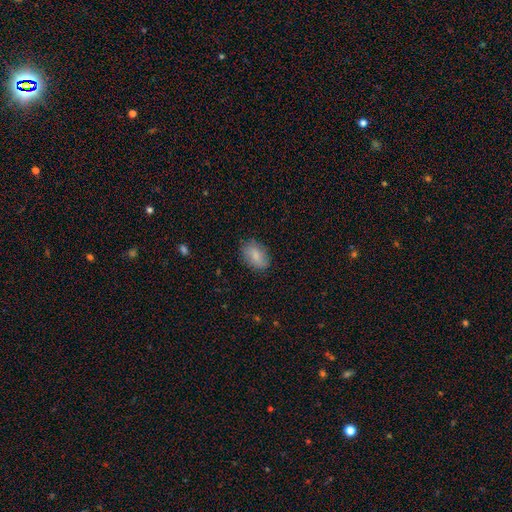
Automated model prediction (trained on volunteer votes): Smooth or featured?
  - smooth: 78% *
  - featured or disk: 14%
  - star or artifact: 7%
How rounded?
  - in between: 85% *
  - round: 13%
  - cigar-shaped: 2%
Merging?
  - none: 79% *
  - minor disturbance: 16%
  - major disturbance: 4%
  - merger: 1%